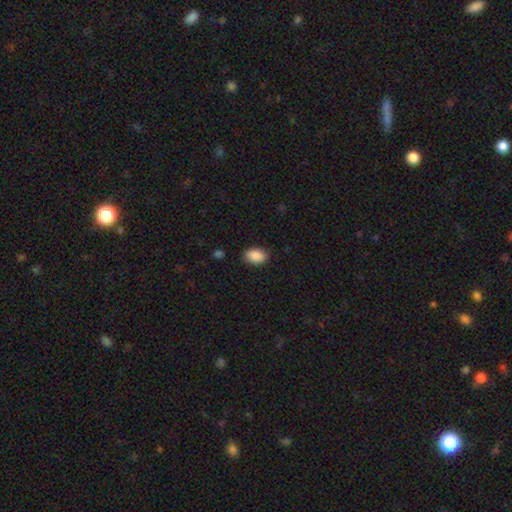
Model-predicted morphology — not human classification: smooth_or_featured: smooth (p=0.89) [alt: star or artifact p=0.07]
how_rounded: in between (p=0.88) [alt: round p=0.11]
merging: none (p=0.86) [alt: minor disturbance p=0.11]